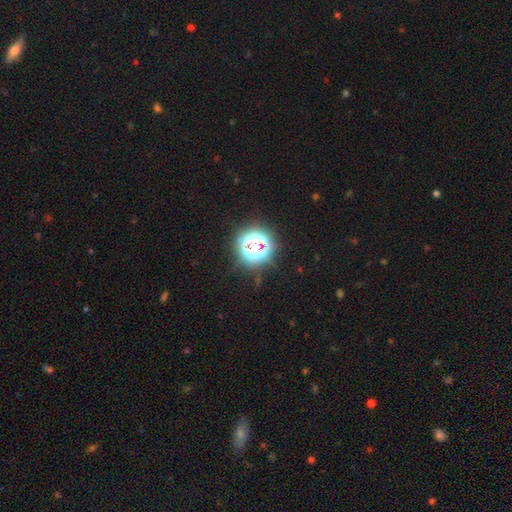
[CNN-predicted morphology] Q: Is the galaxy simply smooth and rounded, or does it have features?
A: star or artifact — 78%.